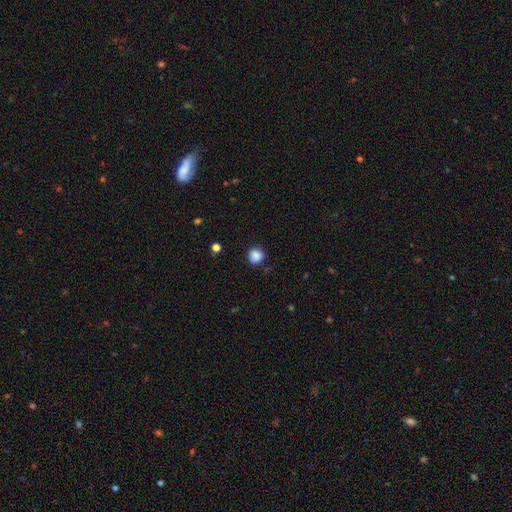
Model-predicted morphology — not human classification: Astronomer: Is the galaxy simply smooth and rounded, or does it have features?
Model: smooth — 85%.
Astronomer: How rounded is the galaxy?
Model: round — 86%.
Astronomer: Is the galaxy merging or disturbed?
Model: none — 79%.